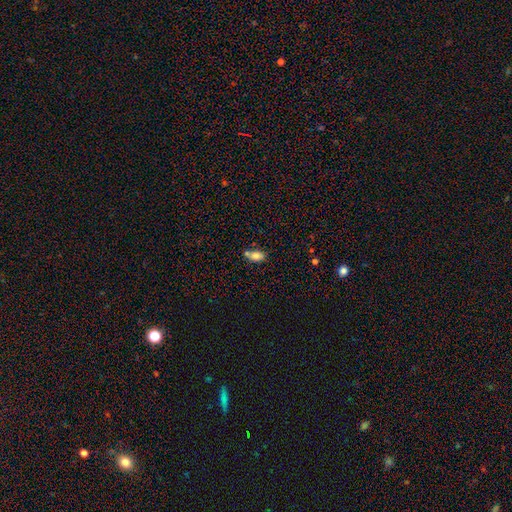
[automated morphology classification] Smooth or featured? smooth (78%)
How rounded? in between (87%)
Merging? none (52%)